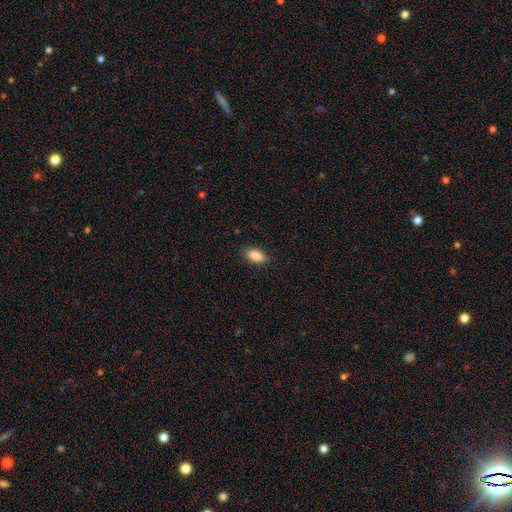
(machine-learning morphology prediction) Overall: smooth (87%). How rounded: in between (89%). Merging: none (85%).